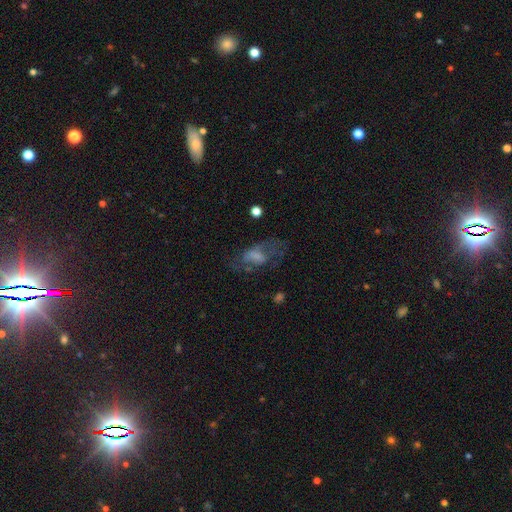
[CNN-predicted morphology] A featured or disk galaxy (45%). Merging: none (40%).